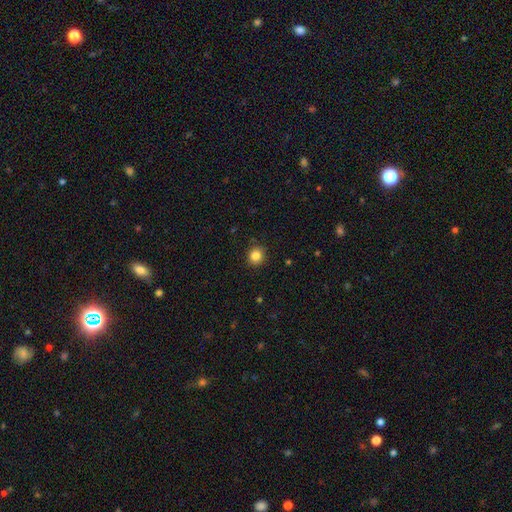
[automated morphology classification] Smooth or featured? smooth (84%)
How rounded? round (88%)
Merging? none (89%)